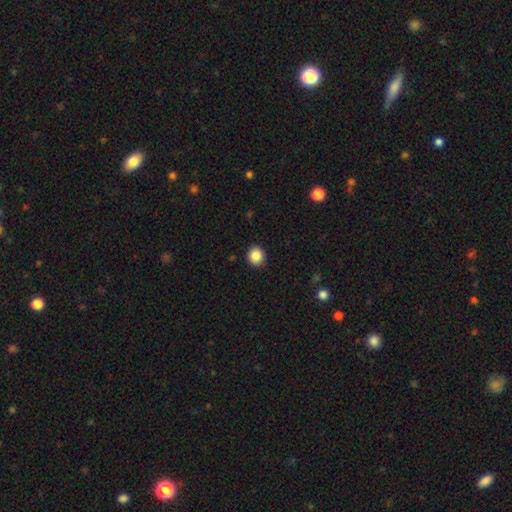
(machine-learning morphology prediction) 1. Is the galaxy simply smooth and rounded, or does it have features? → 87% smooth, 9% star or artifact, 3% featured or disk.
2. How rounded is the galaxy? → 85% round, 14% in between, 1% cigar-shaped.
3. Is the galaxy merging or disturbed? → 90% none, 7% minor disturbance, 2% major disturbance, 1% merger.